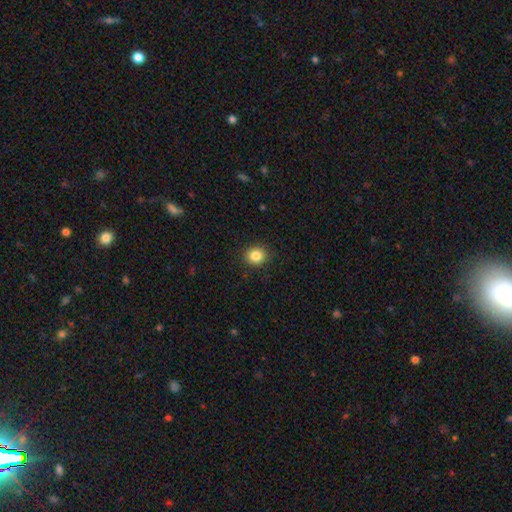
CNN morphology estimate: A smooth galaxy with no disk features (85%) that is round (82%). Merging: none (90%).